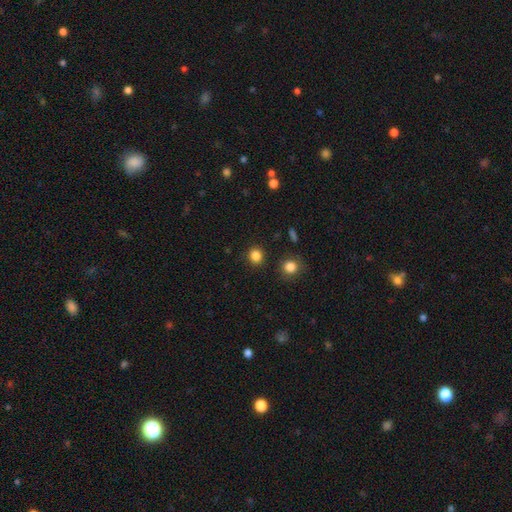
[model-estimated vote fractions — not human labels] This appears to be a smooth galaxy with no disk features (84%) that is round (90%). Merging: none (90%).